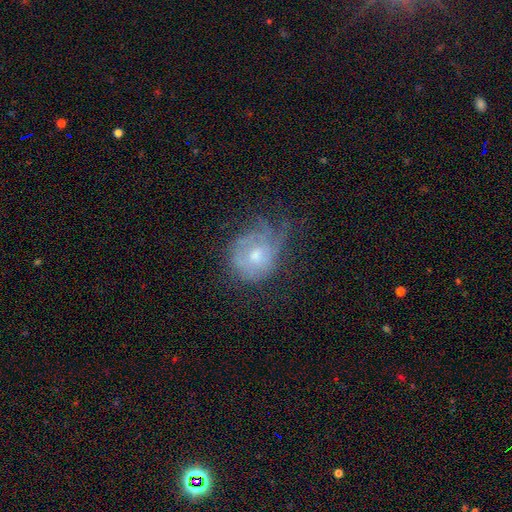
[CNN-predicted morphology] This is likely a featured or disk galaxy (62%). It is clearly not viewed edge-on (97%). Bar: likely no (75%). Spiral arm pattern: likely yes (71%). Central bulge: possibly moderate (60%). Merging: marginally none (42%).